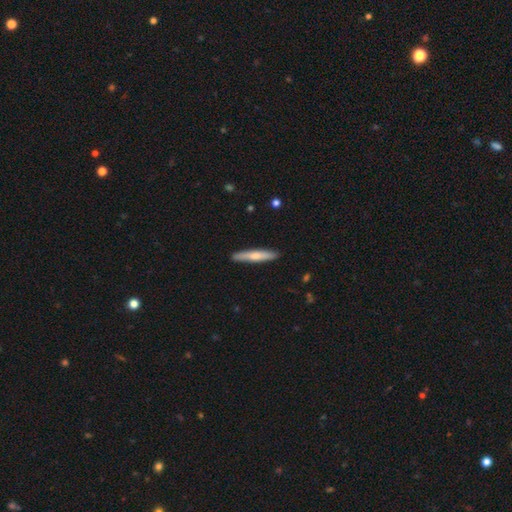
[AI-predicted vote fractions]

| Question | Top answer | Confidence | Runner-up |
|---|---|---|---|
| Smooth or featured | smooth | 64% | featured or disk (31%) |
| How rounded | cigar-shaped | 93% | in between (6%) |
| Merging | none | 90% | minor disturbance (8%) |